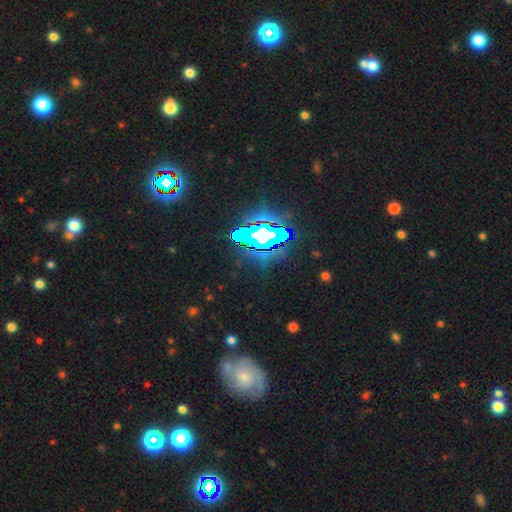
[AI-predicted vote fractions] Smooth or featured: star or artifact — 76% (smooth — 12%)